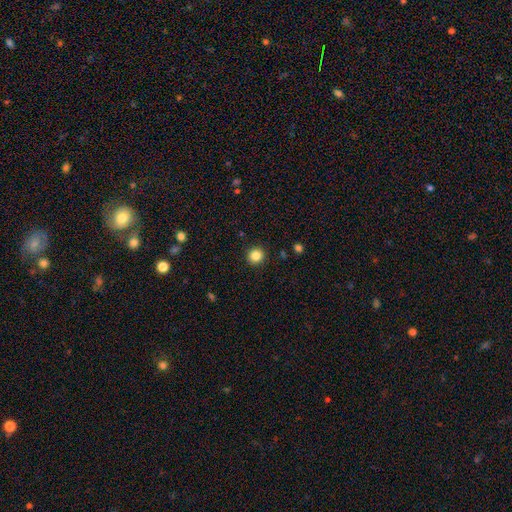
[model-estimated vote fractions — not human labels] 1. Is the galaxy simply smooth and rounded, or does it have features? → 85% smooth, 11% star or artifact, 4% featured or disk.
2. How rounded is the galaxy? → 93% round, 6% in between, 1% cigar-shaped.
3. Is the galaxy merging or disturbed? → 92% none, 5% minor disturbance, 2% major disturbance, 1% merger.